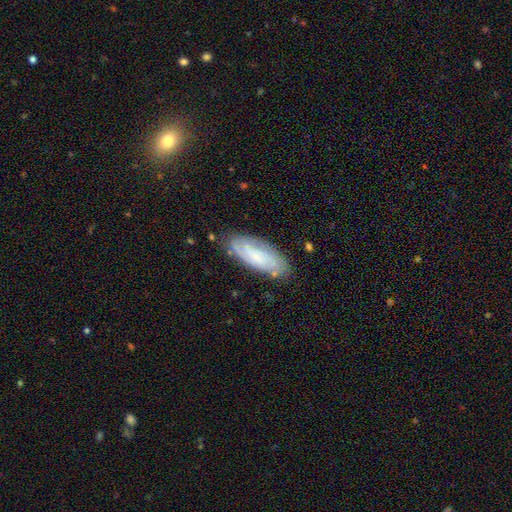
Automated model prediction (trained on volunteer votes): A featured or disk galaxy (57%).

Vote fractions:
- Smooth or featured? featured or disk: 57% / smooth: 34% / star or artifact: 9%
- Edge-on disk? no: 86% / yes: 14%
- Merging? none: 80% / minor disturbance: 15% / major disturbance: 4% / merger: 2%